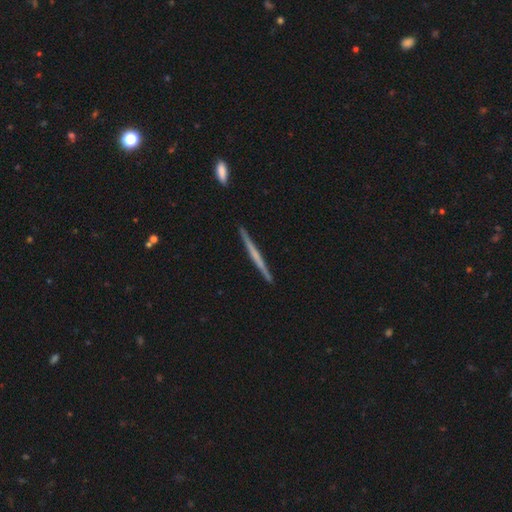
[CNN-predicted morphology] Smooth or featured?
  - featured or disk: 62% *
  - smooth: 33%
  - star or artifact: 5%
Edge-on disk?
  - yes: 98% *
  - no: 2%
Edge-on bulge?
  - none: 73% *
  - rounded: 19%
  - boxy: 7%
Merging?
  - none: 91% *
  - minor disturbance: 6%
  - merger: 1%
  - major disturbance: 1%